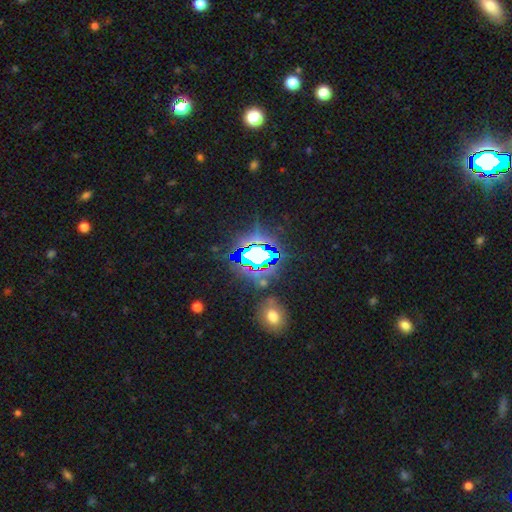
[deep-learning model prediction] smooth-or-featured: star or artifact: 72% | smooth: 15% | featured or disk: 13%